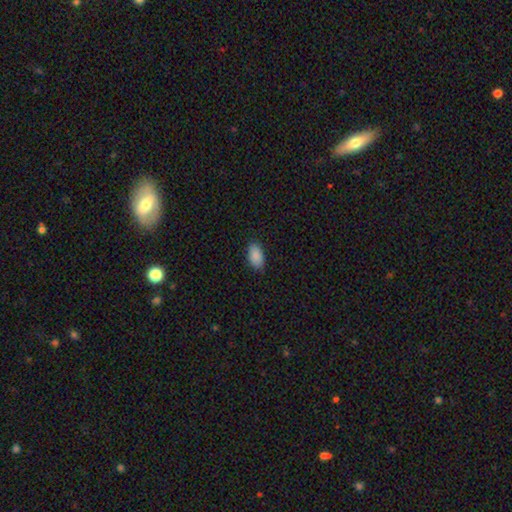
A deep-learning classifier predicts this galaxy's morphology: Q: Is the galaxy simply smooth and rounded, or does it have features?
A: smooth — 90%.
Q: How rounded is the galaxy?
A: in between — 94%.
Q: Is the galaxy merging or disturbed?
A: none — 87%.